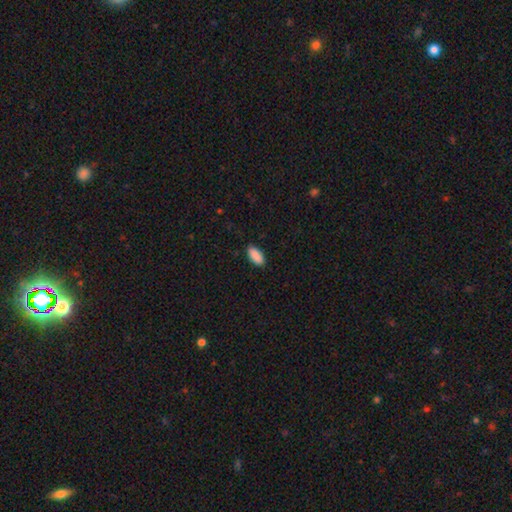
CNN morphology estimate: type=smooth (91%); roundness=in between (90%); merging=none (89%).